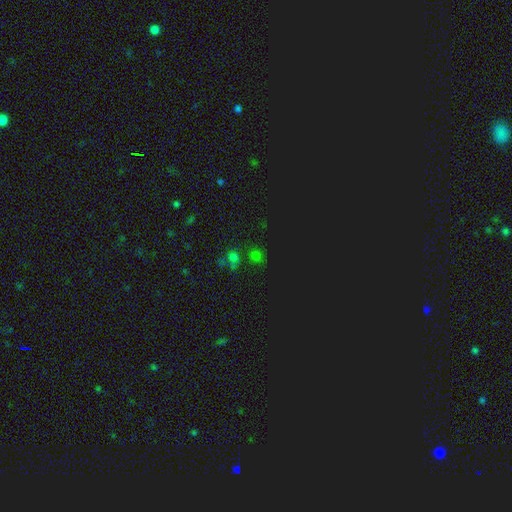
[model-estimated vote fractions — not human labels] This appears to be a star or artifact, not a galaxy (49%).